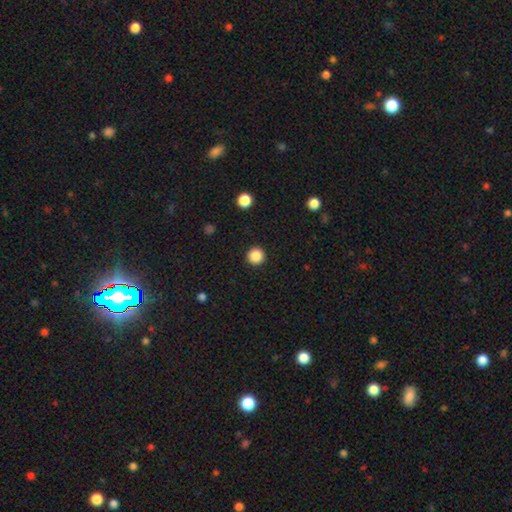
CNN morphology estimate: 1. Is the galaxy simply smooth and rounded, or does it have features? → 86% smooth, 10% star or artifact, 3% featured or disk.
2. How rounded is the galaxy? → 96% round, 3% in between, 1% cigar-shaped.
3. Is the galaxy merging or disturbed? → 93% none, 4% minor disturbance, 2% major disturbance, 1% merger.